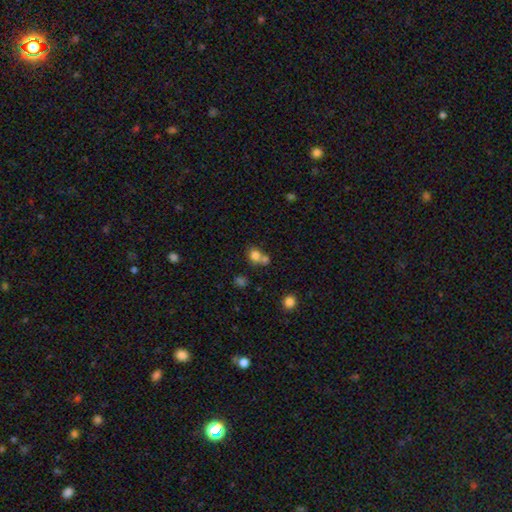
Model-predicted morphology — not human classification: smooth_or_featured: smooth (p=0.77) [alt: star or artifact p=0.12]
how_rounded: round (p=0.69) [alt: in between p=0.30]
merging: merger (p=0.47) [alt: none p=0.39]